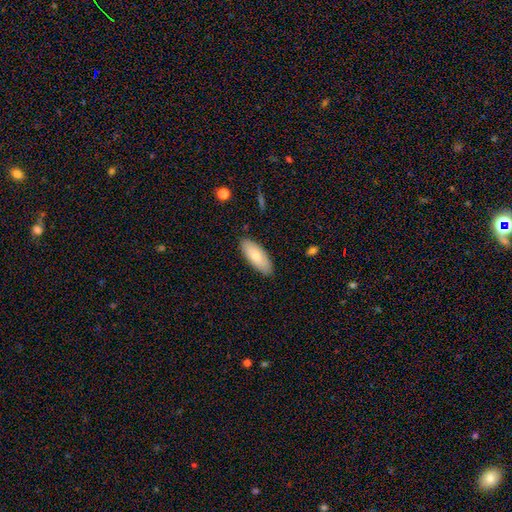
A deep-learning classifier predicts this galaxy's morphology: smooth_or_featured: smooth (p=0.76) [alt: featured or disk p=0.19]
how_rounded: in between (p=0.80) [alt: cigar-shaped p=0.18]
merging: none (p=0.86) [alt: minor disturbance p=0.11]